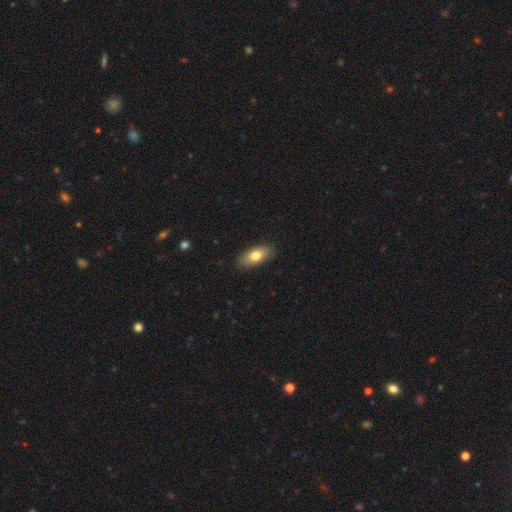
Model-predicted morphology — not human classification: Smooth or featured? Predicted: smooth (p=0.75). How rounded? Predicted: in between (p=0.86). Merging? Predicted: none (p=0.87).